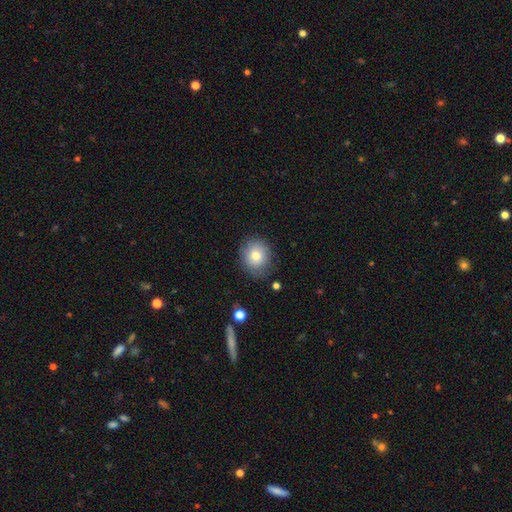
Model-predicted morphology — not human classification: A smooth galaxy with no disk features (78%) that is round (81%).

Vote fractions:
- Smooth or featured? smooth: 78% / featured or disk: 12% / star or artifact: 10%
- How rounded? round: 81% / in between: 19% / cigar-shaped: 1%
- Merging? none: 80% / minor disturbance: 15% / major disturbance: 4% / merger: 2%